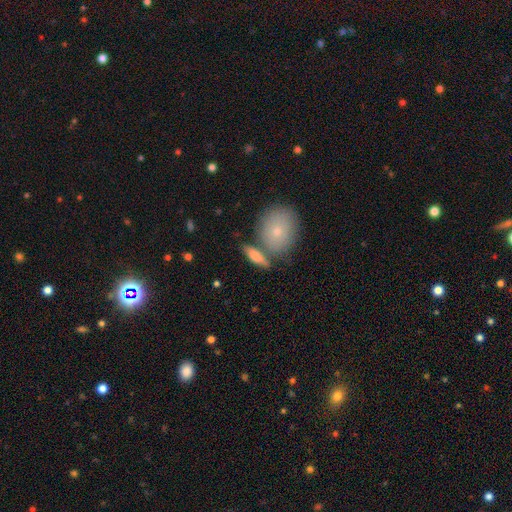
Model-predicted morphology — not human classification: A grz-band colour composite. It shows a smooth galaxy with no disk features (70%) that is in between round and cigar-shaped (63%). Merging: none (59%).